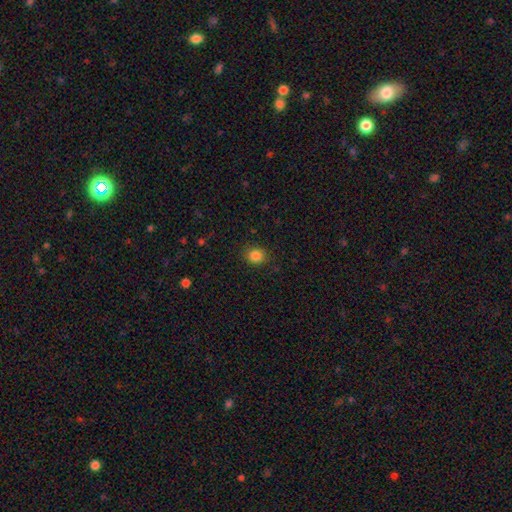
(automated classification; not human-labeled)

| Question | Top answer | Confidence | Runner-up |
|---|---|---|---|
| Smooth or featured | smooth | 84% | star or artifact (11%) |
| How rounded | round | 80% | in between (19%) |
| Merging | none | 89% | minor disturbance (8%) |